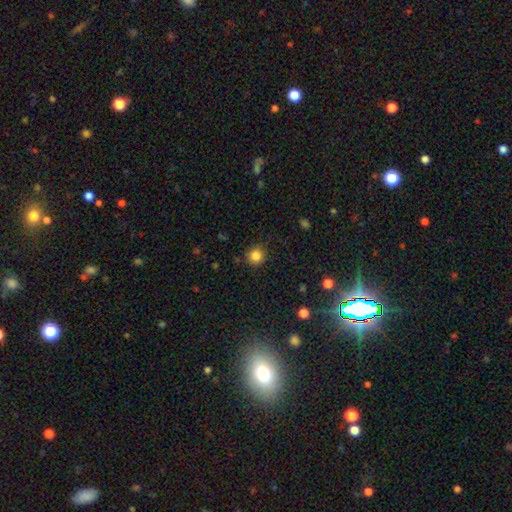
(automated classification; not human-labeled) This appears to be a smooth galaxy with no disk features (84%) that is round (93%). Merging: none (88%).